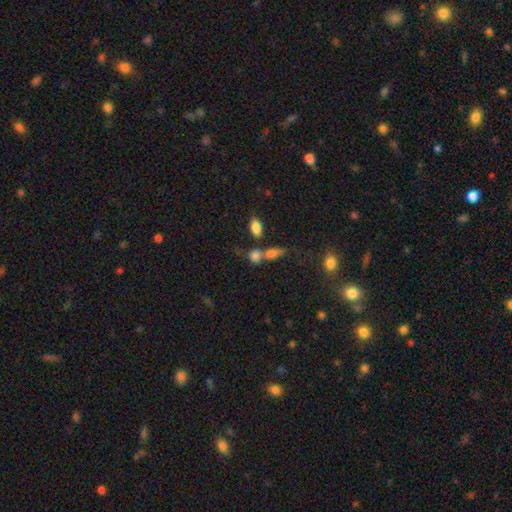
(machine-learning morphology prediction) smooth_or_featured: smooth (p=0.79) [alt: star or artifact p=0.11]
how_rounded: in between (p=0.49) [alt: round p=0.44]
merging: merger (p=0.47) [alt: none p=0.34]